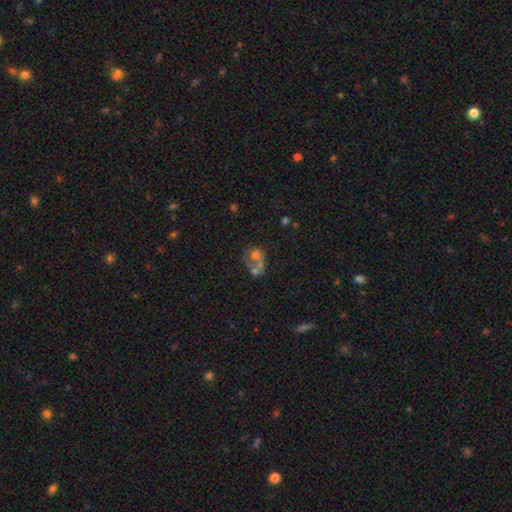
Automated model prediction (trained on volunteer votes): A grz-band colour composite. It shows a smooth galaxy with no disk features (46%). Merging: merger (50%).